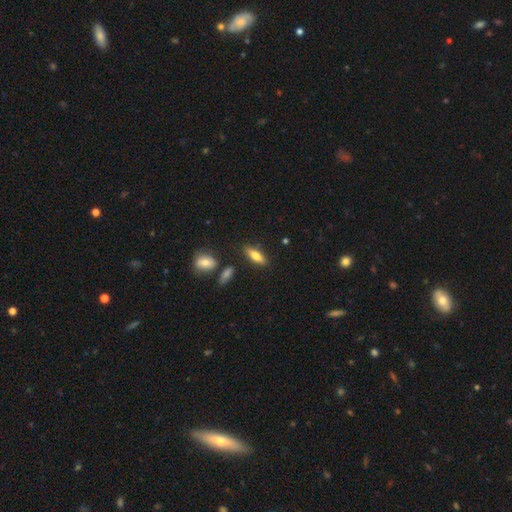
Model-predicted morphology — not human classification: This is likely a smooth galaxy (71%). How rounded: possibly in between (59%). Merging: clearly none (81%).